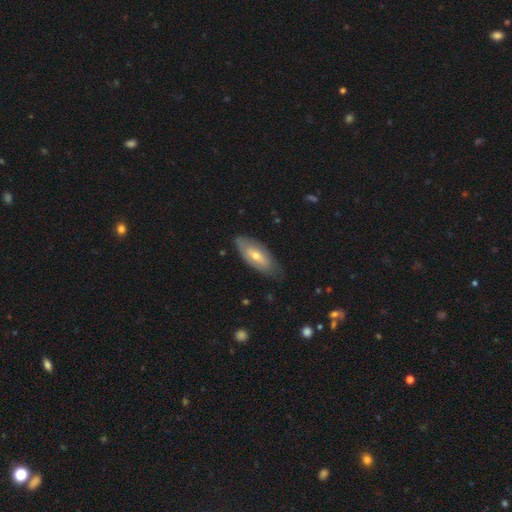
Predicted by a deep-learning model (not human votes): Smooth or featured: smooth — 48% (featured or disk — 46%)
Merging: none — 76% (minor disturbance — 19%)